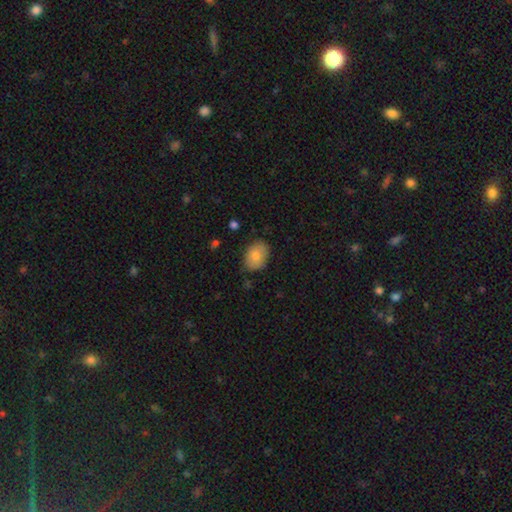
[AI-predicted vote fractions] This is likely a smooth galaxy (75%). How rounded: likely in between (69%). Merging: likely none (79%).